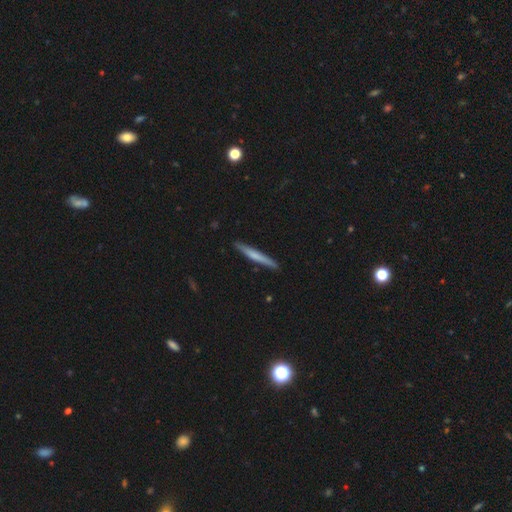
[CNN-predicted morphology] Q: Smooth or featured?
A: smooth (58%); runner-up: featured or disk (37%)
Q: How rounded?
A: cigar-shaped (96%); runner-up: in between (3%)
Q: Merging?
A: none (89%); runner-up: minor disturbance (8%)